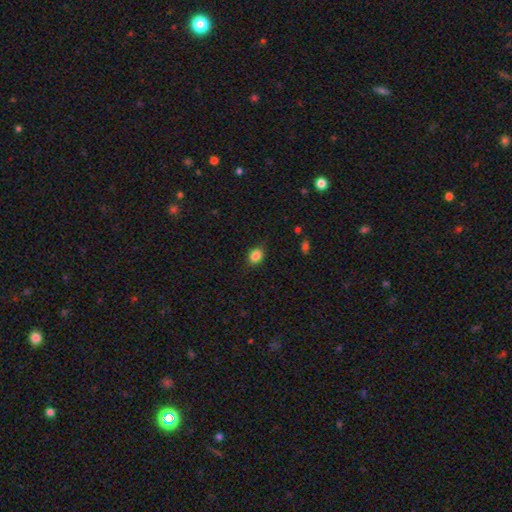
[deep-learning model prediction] smooth_or_featured: smooth (p=0.85) [alt: star or artifact p=0.10]
how_rounded: in between (p=0.55) [alt: round p=0.43]
merging: none (p=0.83) [alt: minor disturbance p=0.13]